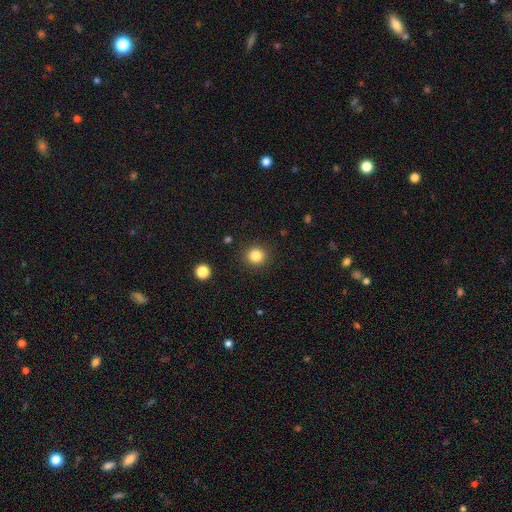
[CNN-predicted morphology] The model was most divided on "smooth or featured": smooth: 83%, star or artifact: 12%, featured or disk: 5%. More confident: how rounded — round (93%); merging — none (90%).